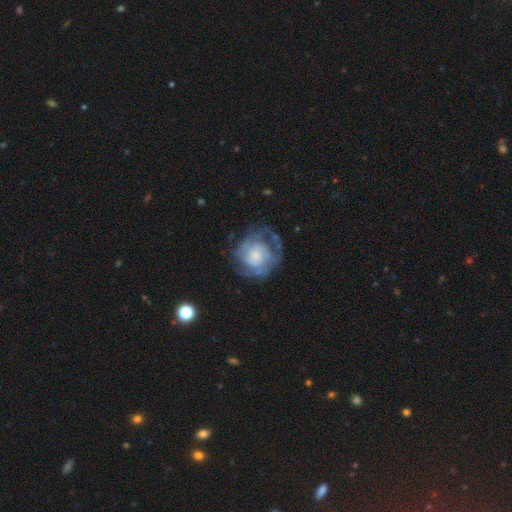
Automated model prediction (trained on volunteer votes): smooth_or_featured: featured or disk (p=0.69) [alt: smooth p=0.24]
disk_edge_on: no (p=0.98) [alt: yes p=0.02]
bar: no (p=0.80) [alt: weak p=0.17]
has_spiral_arms: yes (p=0.75) [alt: no p=0.25]
spiral_winding: tight (p=0.53) [alt: medium p=0.33]
spiral_arm_count: can't tell (p=0.48) [alt: 2 p=0.21]
bulge_size: small (p=0.45) [alt: moderate p=0.31]
merging: none (p=0.60) [alt: minor disturbance p=0.20]